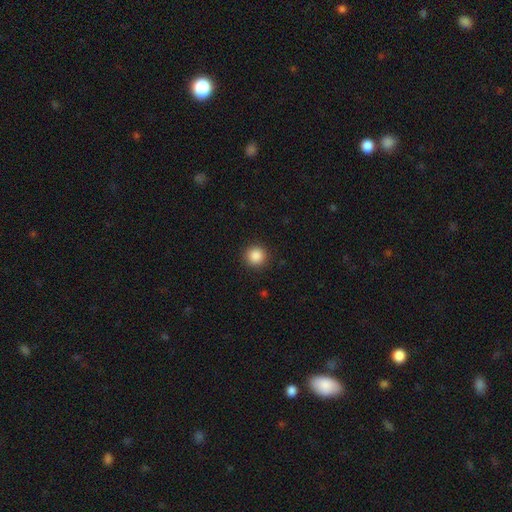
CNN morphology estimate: A smooth galaxy with no disk features (87%) that is round (95%).

Vote fractions:
- Smooth or featured? smooth: 87% / star or artifact: 10% / featured or disk: 3%
- How rounded? round: 95% / in between: 4% / cigar-shaped: 1%
- Merging? none: 91% / minor disturbance: 5% / major disturbance: 2% / merger: 1%